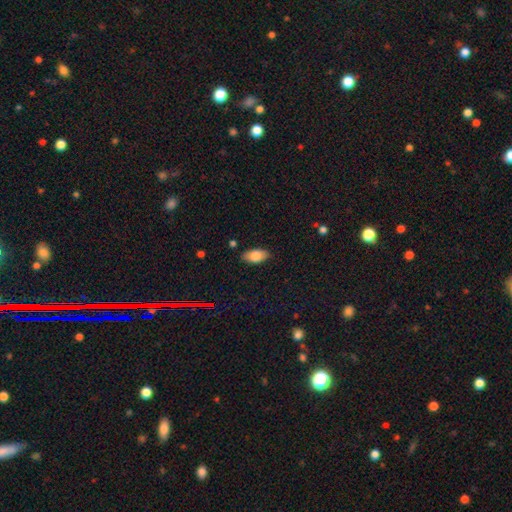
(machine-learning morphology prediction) Smooth or featured?
  - smooth: 82% *
  - featured or disk: 11%
  - star or artifact: 7%
How rounded?
  - in between: 93% *
  - cigar-shaped: 4%
  - round: 4%
Merging?
  - none: 85% *
  - minor disturbance: 12%
  - major disturbance: 2%
  - merger: 1%